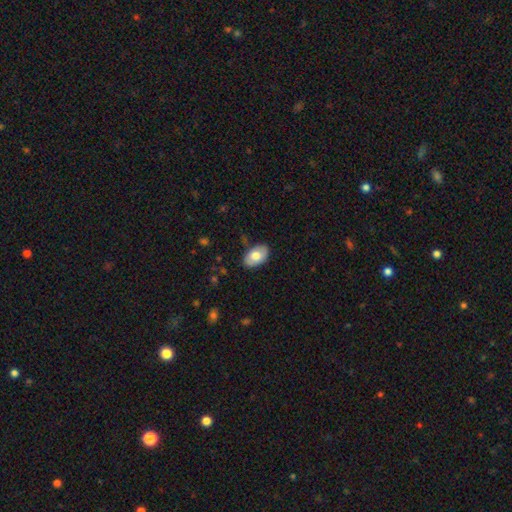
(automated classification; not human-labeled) A smooth galaxy with no disk features (71%) that is in between round and cigar-shaped (91%).

Vote fractions:
- Smooth or featured? smooth: 71% / featured or disk: 23% / star or artifact: 6%
- How rounded? in between: 91% / round: 7% / cigar-shaped: 1%
- Merging? none: 81% / minor disturbance: 14% / major disturbance: 3% / merger: 1%